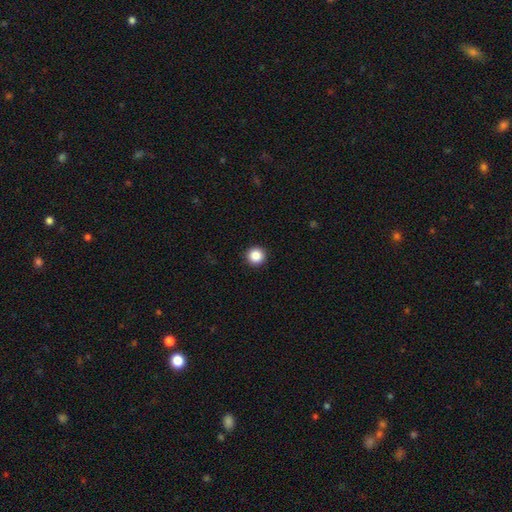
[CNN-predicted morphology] Smooth or featured? Predicted: smooth (p=0.87). How rounded? Predicted: round (p=0.96). Merging? Predicted: none (p=0.94).